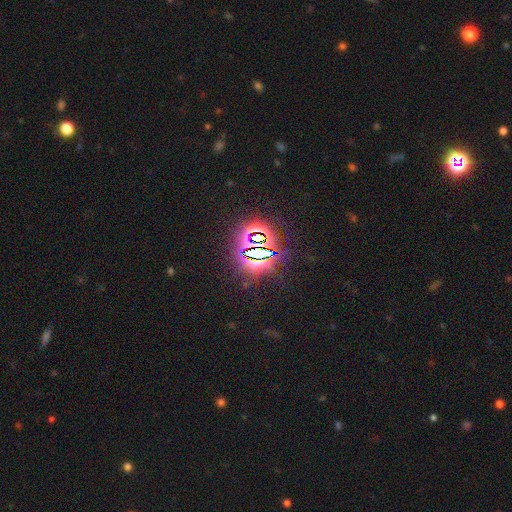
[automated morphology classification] This is clearly a star or artifact rather than a galaxy (81%).